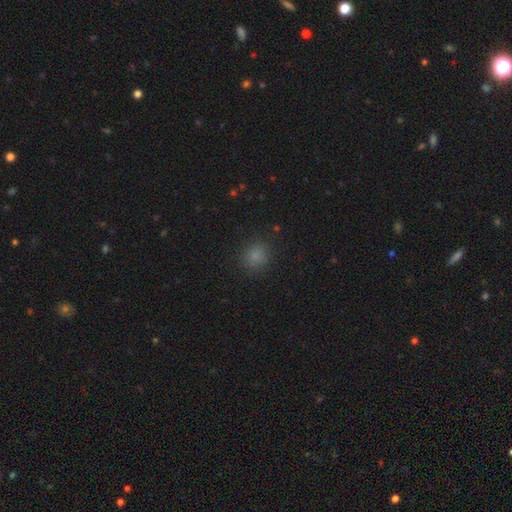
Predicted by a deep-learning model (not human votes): This is clearly a smooth galaxy (80%). How rounded: clearly round (83%). Merging: clearly none (88%).